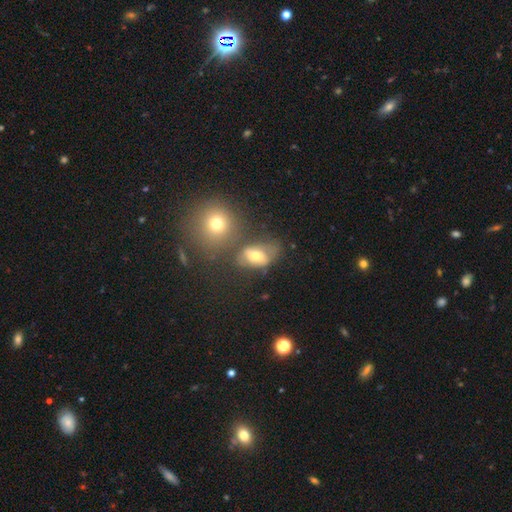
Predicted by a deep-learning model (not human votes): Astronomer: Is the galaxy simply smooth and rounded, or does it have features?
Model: smooth — 59%.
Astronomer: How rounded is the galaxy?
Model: in between — 75%.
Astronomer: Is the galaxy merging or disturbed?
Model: none — 46%.